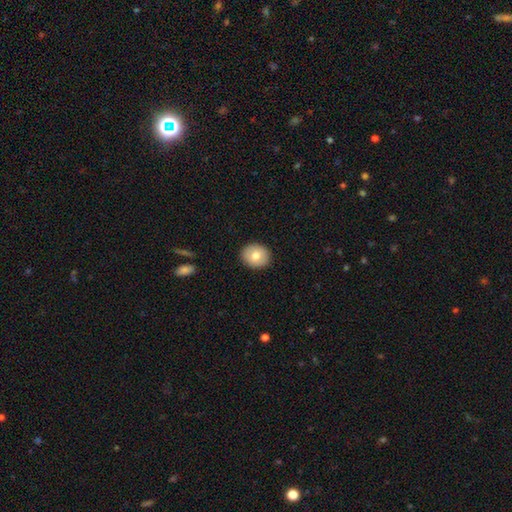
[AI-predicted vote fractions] Smooth or featured? smooth (77%)
How rounded? round (64%)
Merging? none (90%)